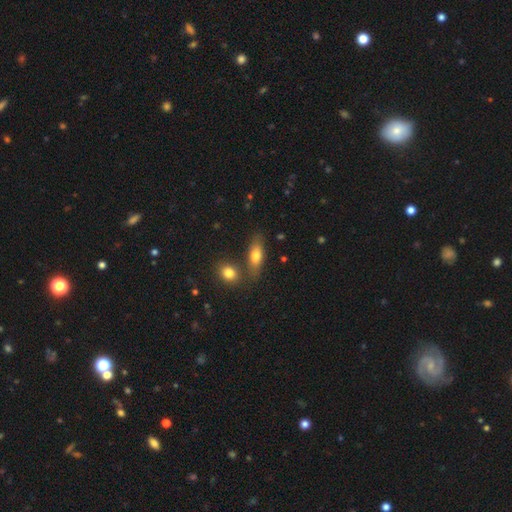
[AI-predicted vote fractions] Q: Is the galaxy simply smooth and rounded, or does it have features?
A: smooth — 73%.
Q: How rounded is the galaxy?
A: in between — 70%.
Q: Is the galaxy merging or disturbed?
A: none — 71%.